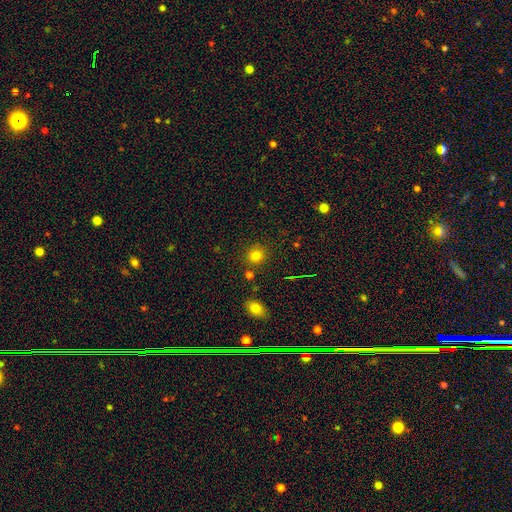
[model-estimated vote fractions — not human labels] Smooth or featured? Predicted: smooth (p=0.81). How rounded? Predicted: round (p=0.86). Merging? Predicted: none (p=0.84).